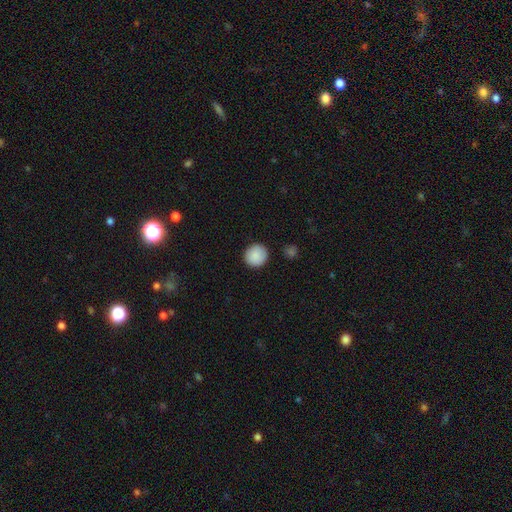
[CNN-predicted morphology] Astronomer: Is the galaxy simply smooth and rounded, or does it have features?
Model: smooth — 89%.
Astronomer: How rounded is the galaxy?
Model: round — 93%.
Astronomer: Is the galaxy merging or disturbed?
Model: none — 90%.